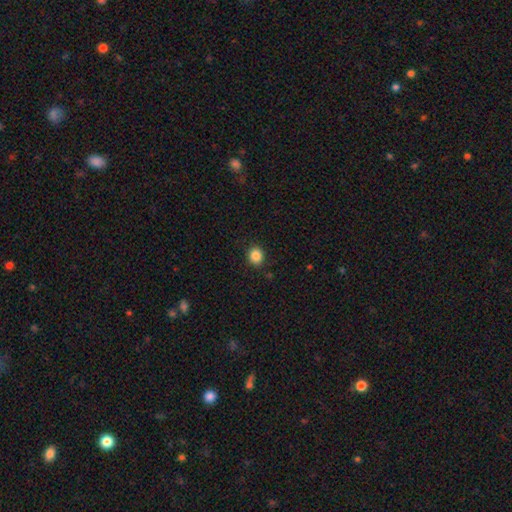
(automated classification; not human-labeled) smooth 86%, star or artifact 10%, featured or disk 4%. Down the decision tree: how rounded — round (76%); merging — none (90%).